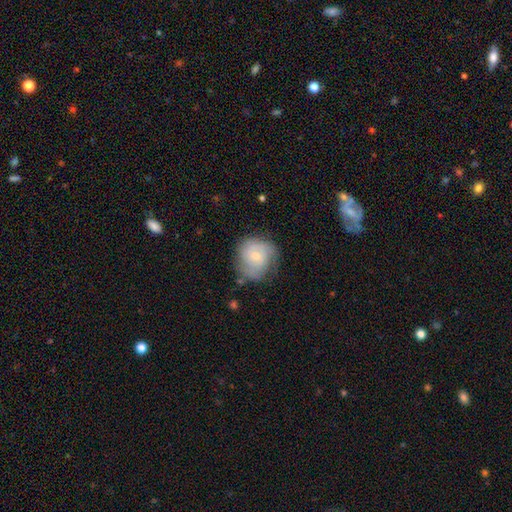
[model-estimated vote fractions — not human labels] The model was most divided on "smooth or featured": featured or disk: 55%, smooth: 38%, star or artifact: 7%. More confident: edge-on disk — no (97%); spiral arms — yes (83%); bar — no (71%); merging — none (65%); bulge size — small (58%).